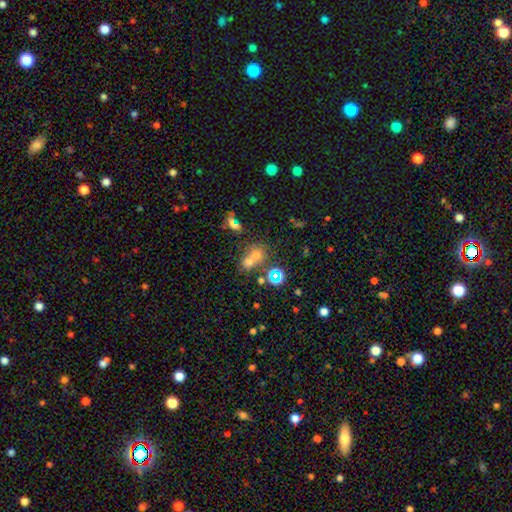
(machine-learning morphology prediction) The model was most divided on "merging": merger: 48%, none: 40%, minor disturbance: 7%, major disturbance: 4%. More confident: how rounded — round (73%); smooth or featured — smooth (58%).